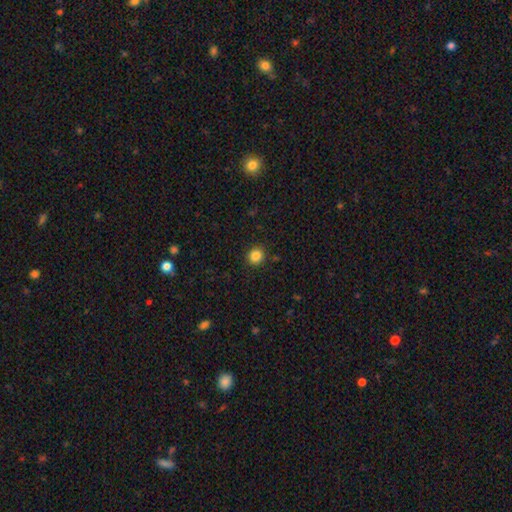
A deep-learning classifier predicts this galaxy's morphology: This appears to be a smooth galaxy with no disk features (85%) that is round (89%). Merging: none (91%).